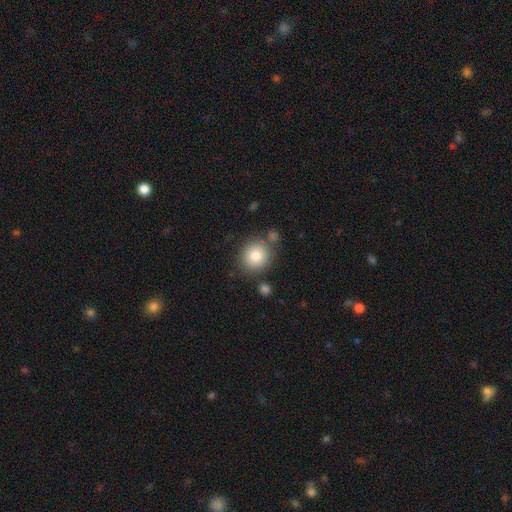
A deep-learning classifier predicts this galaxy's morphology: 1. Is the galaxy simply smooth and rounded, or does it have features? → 83% smooth, 9% star or artifact, 8% featured or disk.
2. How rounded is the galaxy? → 88% round, 11% in between, 1% cigar-shaped.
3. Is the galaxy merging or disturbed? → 78% none, 10% minor disturbance, 8% merger, 4% major disturbance.